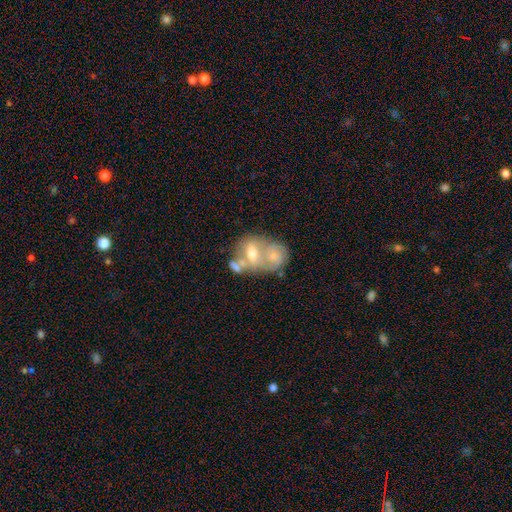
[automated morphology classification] Q: Smooth or featured?
A: featured or disk (50%); runner-up: smooth (39%)
Q: Merging?
A: merger (68%); runner-up: none (17%)